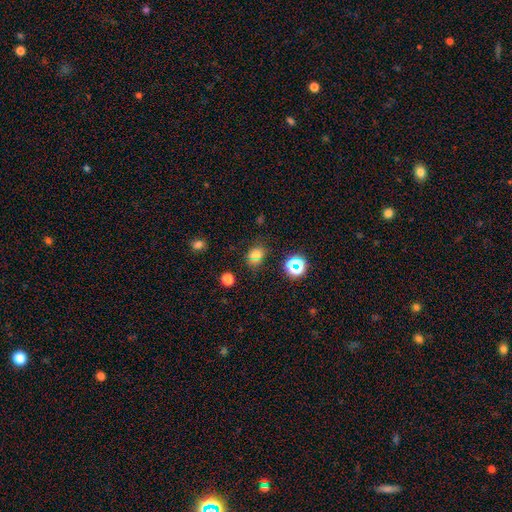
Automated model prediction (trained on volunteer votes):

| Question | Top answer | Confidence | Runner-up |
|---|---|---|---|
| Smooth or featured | smooth | 72% | star or artifact (20%) |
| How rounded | round | 50% | in between (49%) |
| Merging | none | 72% | minor disturbance (17%) |